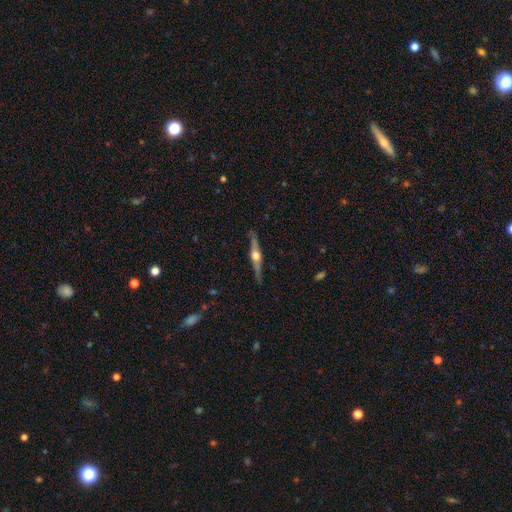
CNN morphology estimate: A featured or disk galaxy (81%) viewed edge-on (98%) with a rounded central bulge (94%). Merging: none (88%).